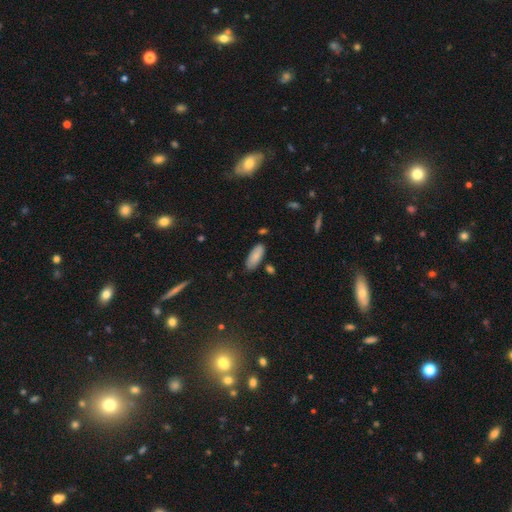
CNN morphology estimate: Overall: smooth (82%). How rounded: in between (79%). Merging: none (79%).